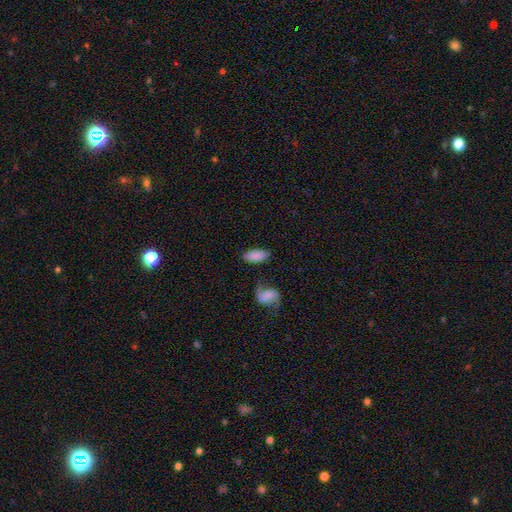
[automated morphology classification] smooth-or-featured: smooth: 80% | featured or disk: 13% | star or artifact: 7%
  how-rounded: in between: 93% | cigar-shaped: 4% | round: 3%
  merging: none: 72% | minor disturbance: 17% | merger: 7% | major disturbance: 5%